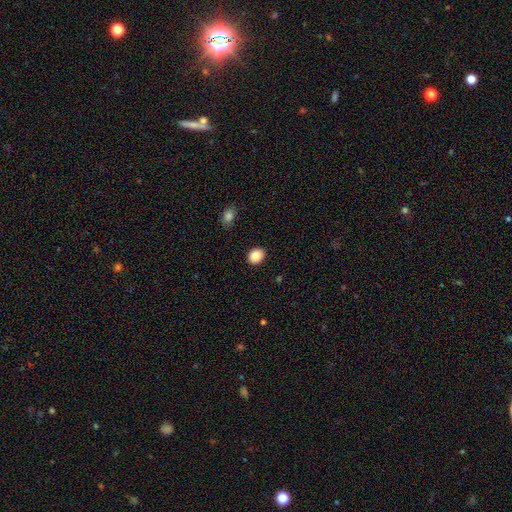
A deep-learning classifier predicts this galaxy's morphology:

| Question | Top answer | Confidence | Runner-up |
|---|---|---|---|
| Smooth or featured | smooth | 88% | star or artifact (8%) |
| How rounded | round | 56% | in between (43%) |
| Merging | none | 90% | minor disturbance (7%) |